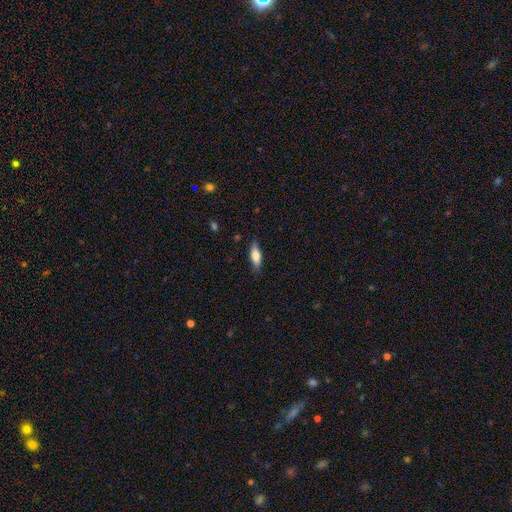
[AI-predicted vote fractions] Smooth or featured?
  - smooth: 73% *
  - featured or disk: 21%
  - star or artifact: 6%
How rounded?
  - in between: 56% *
  - cigar-shaped: 42%
  - round: 2%
Merging?
  - none: 81% *
  - minor disturbance: 15%
  - major disturbance: 3%
  - merger: 1%